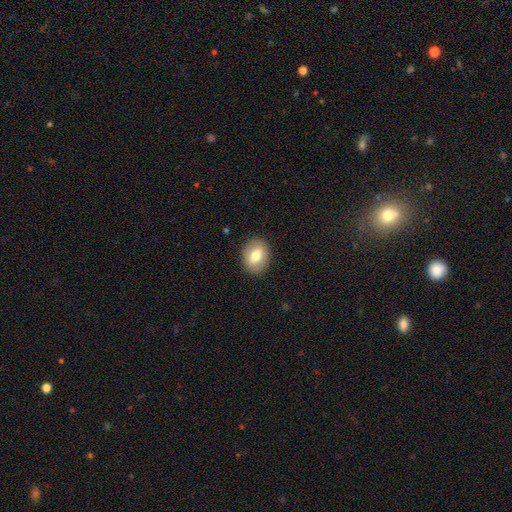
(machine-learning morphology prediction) Smooth or featured?
  - smooth: 71% *
  - featured or disk: 22%
  - star or artifact: 7%
How rounded?
  - in between: 56% *
  - round: 43%
  - cigar-shaped: 1%
Merging?
  - none: 88% *
  - minor disturbance: 8%
  - major disturbance: 3%
  - merger: 1%